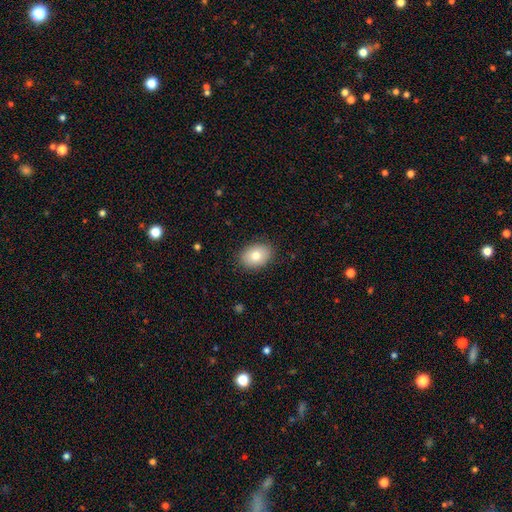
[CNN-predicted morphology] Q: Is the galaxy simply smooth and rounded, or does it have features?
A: smooth — 79%.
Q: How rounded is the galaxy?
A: in between — 74%.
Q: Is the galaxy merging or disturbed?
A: none — 87%.